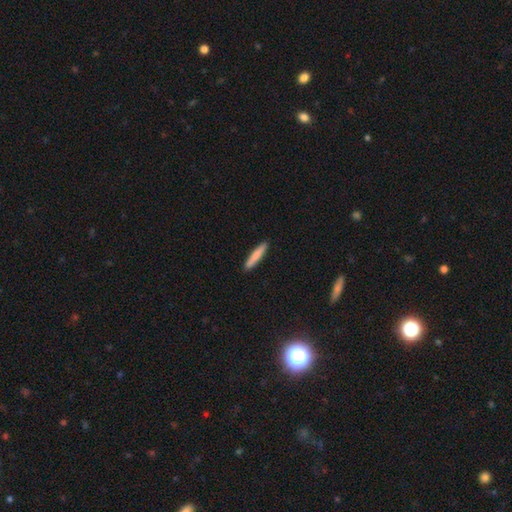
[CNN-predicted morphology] The model was most divided on "smooth or featured": smooth: 80%, featured or disk: 14%, star or artifact: 5%. More confident: how rounded — cigar-shaped (92%); merging — none (91%).